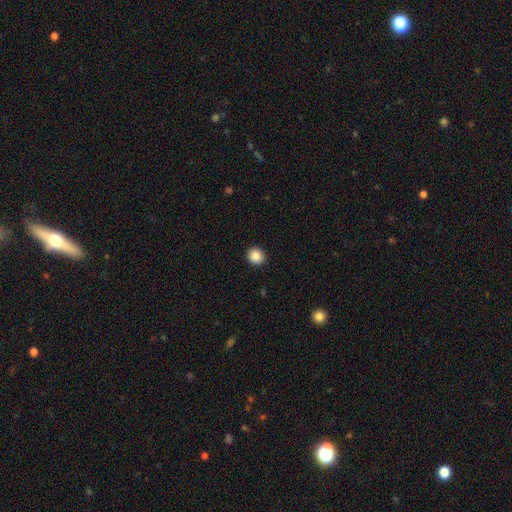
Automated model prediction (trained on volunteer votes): This appears to be a smooth galaxy with no disk features (87%) that is round (86%). Merging: none (93%).